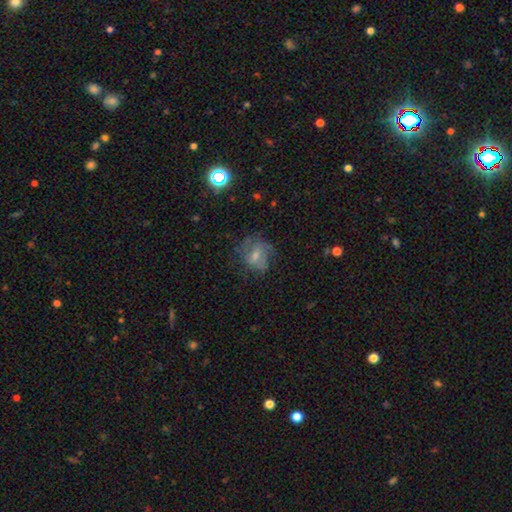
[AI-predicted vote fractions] This appears to be a featured or disk galaxy (49%). Merging: none (64%).